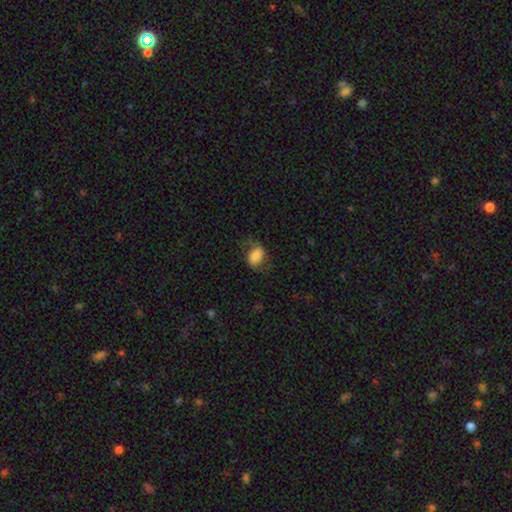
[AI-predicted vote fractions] Smooth or featured? smooth (71%)
How rounded? in between (81%)
Merging? none (59%)